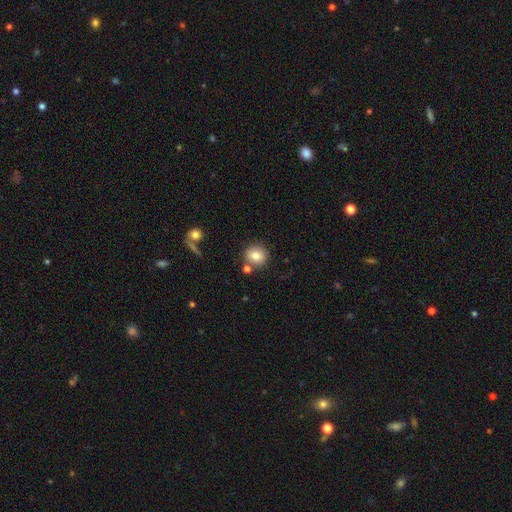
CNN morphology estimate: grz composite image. It shows a smooth galaxy with no disk features (80%) that is round (88%). Merging: none (77%).